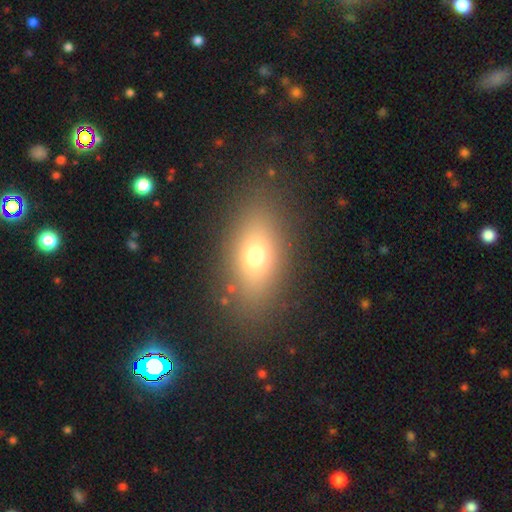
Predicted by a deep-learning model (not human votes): This is likely a smooth galaxy (66%). How rounded: likely in between (78%). Merging: clearly none (84%).